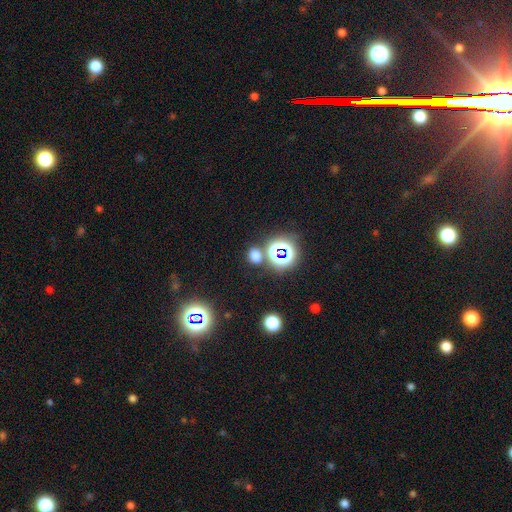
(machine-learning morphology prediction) Overall: smooth (63%; star or artifact 32%). How rounded: round (57%; in between 42%). Merging: none (76%).